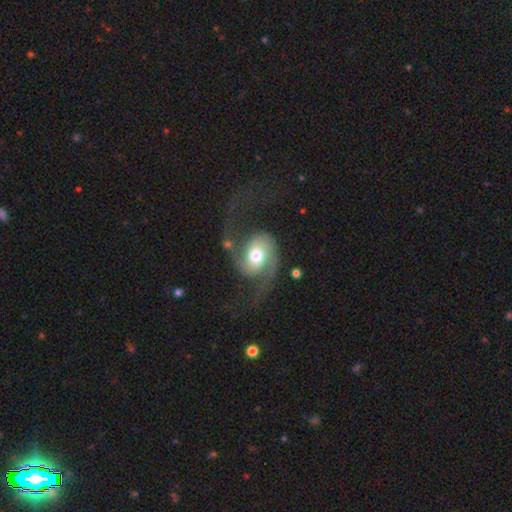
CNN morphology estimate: smooth-or-featured: featured or disk: 80% | smooth: 14% | star or artifact: 6%
  disk-edge-on: no: 97% | yes: 3%
    bar: no: 62% | weak: 28% | strong: 9%
    has-spiral-arms: yes: 95% | no: 5%
      spiral-winding: loose: 56% | medium: 34% | tight: 10%
      spiral-arm-count: 2: 87% | 1: 6% | can't tell: 3% | 3: 2% | 4: 1% | more than 4: 1%
    bulge-size: moderate: 66% | large: 22% | small: 8% | dominant: 3% | none: 1%
  merging: none: 49% | major disturbance: 31% | minor disturbance: 16% | merger: 4%